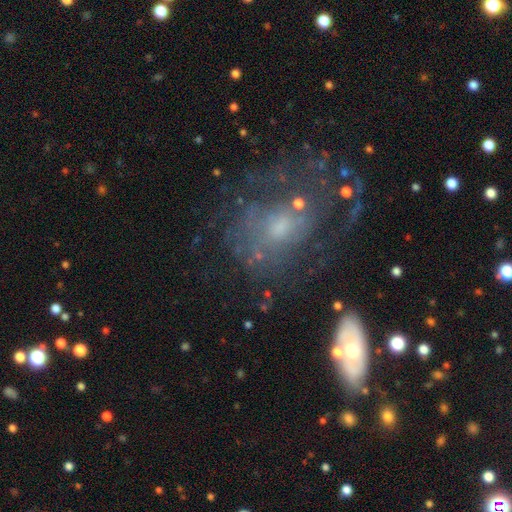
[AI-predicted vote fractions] A featured or disk galaxy (50%). Merging: none (50%).